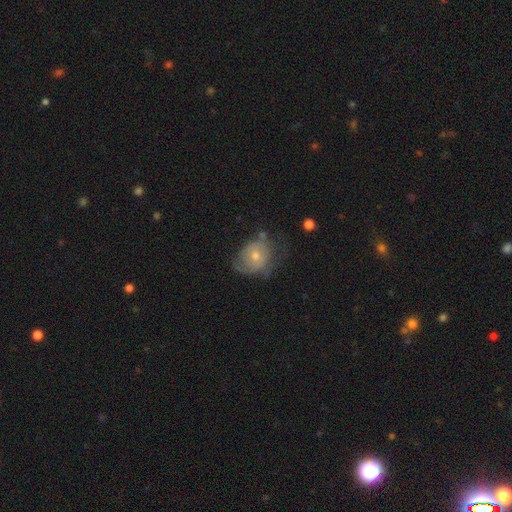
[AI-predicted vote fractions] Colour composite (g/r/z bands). It shows a featured or disk galaxy (54%) with no bar (82%), spiral arms (69%) and a small central bulge (49%). Merging: none (49%).